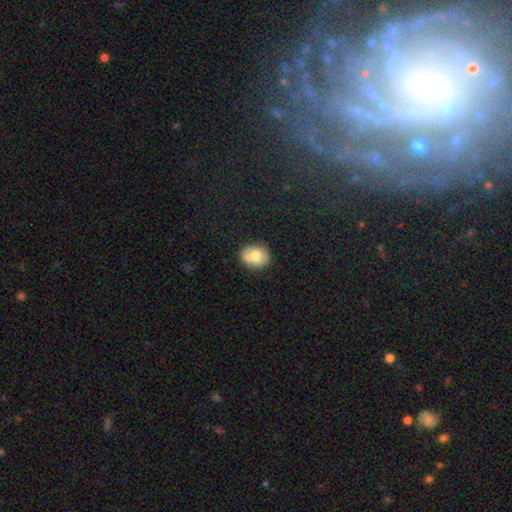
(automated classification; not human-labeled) smooth_or_featured: smooth (p=0.69) [alt: featured or disk p=0.22]
how_rounded: in between (p=0.51) [alt: round p=0.48]
merging: none (p=0.75) [alt: minor disturbance p=0.18]